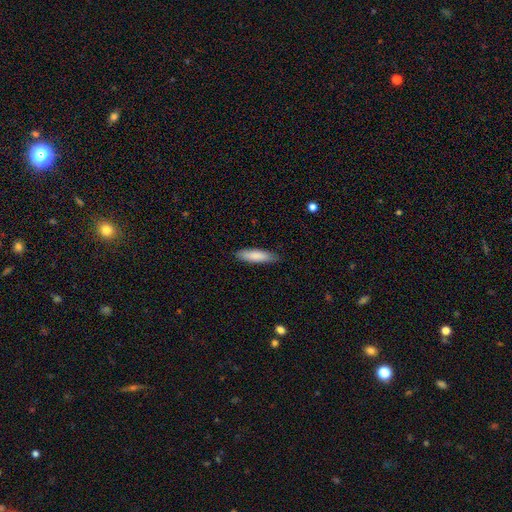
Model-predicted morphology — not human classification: Overall: smooth (86%). How rounded: cigar-shaped (68%; in between 30%). Merging: none (87%).